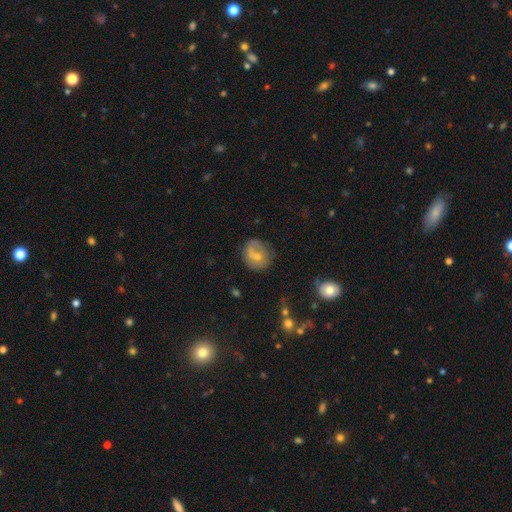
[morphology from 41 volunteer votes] type=smooth (54%); roundness=round (77%); merging=none (47%).